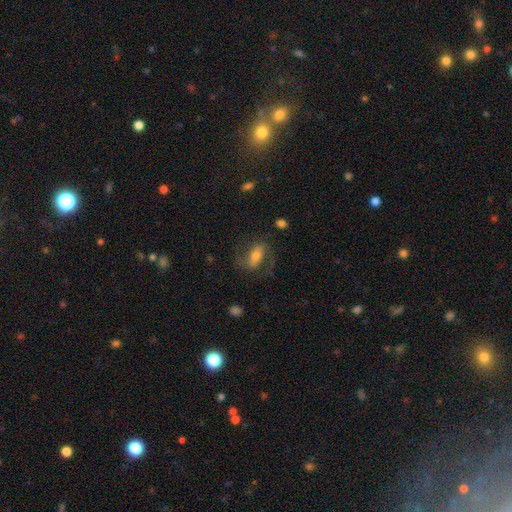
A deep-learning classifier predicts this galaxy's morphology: Smooth or featured? featured or disk (59%)
Edge-on disk? no (91%)
Bar? strong (47%)
Spiral arms? yes (84%)
Bulge size? moderate (56%)
Merging? none (67%)